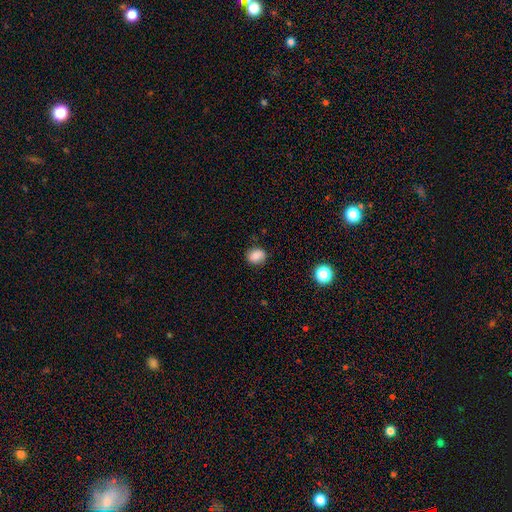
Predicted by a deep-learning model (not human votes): smooth-or-featured: smooth: 85% | star or artifact: 10% | featured or disk: 5%
  how-rounded: round: 54% | in between: 45% | cigar-shaped: 1%
  merging: none: 82% | minor disturbance: 13% | major disturbance: 3% | merger: 1%